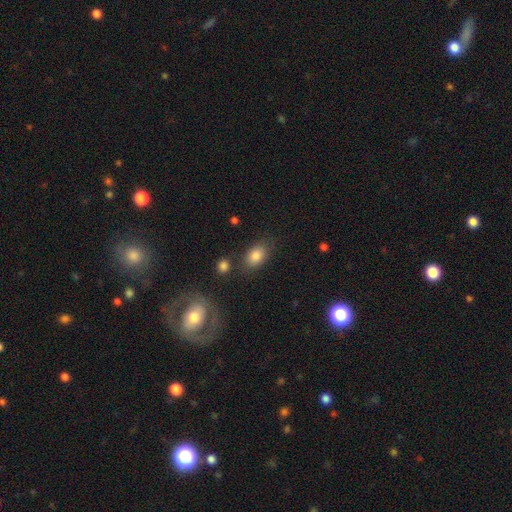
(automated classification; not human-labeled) A smooth galaxy with no disk features (83%) that is in between round and cigar-shaped (82%). Merging: none (76%).